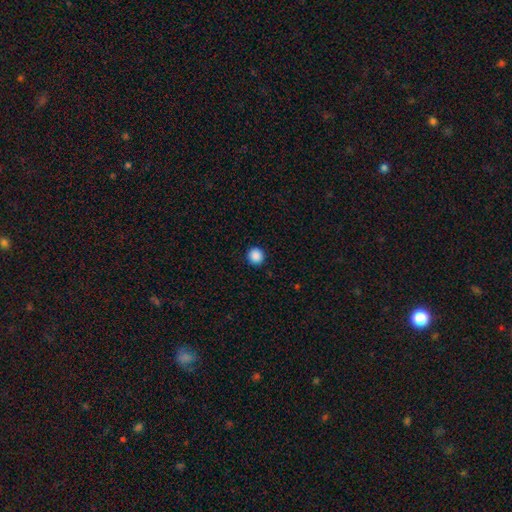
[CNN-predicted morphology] type=smooth (88%); roundness=round (95%); merging=none (93%).